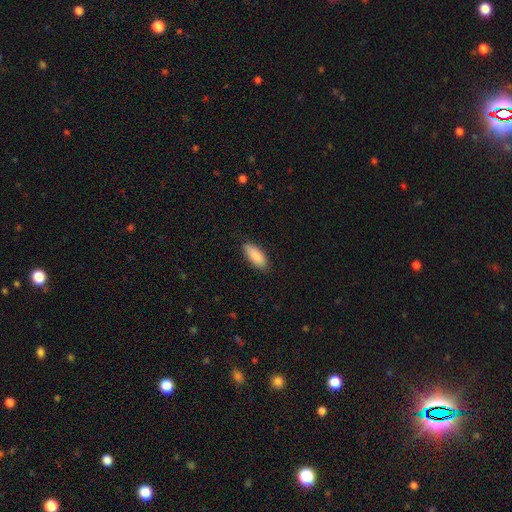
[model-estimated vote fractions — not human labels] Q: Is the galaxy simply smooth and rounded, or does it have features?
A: smooth — 86%.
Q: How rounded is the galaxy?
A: in between — 80%.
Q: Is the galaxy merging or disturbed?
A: none — 86%.